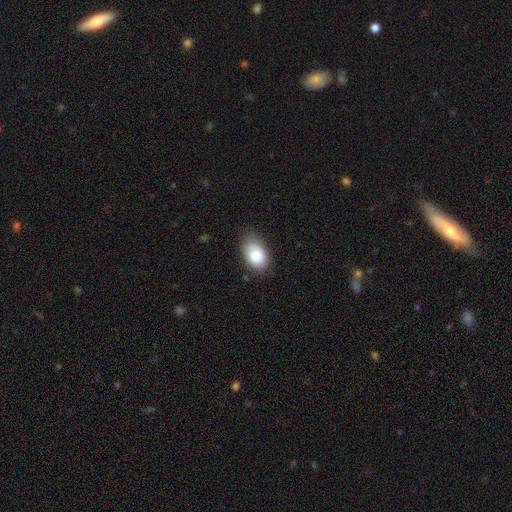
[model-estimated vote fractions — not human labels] Smooth or featured?
  - smooth: 81% *
  - featured or disk: 11%
  - star or artifact: 7%
How rounded?
  - in between: 88% *
  - round: 11%
  - cigar-shaped: 1%
Merging?
  - none: 69% *
  - minor disturbance: 25%
  - major disturbance: 5%
  - merger: 1%